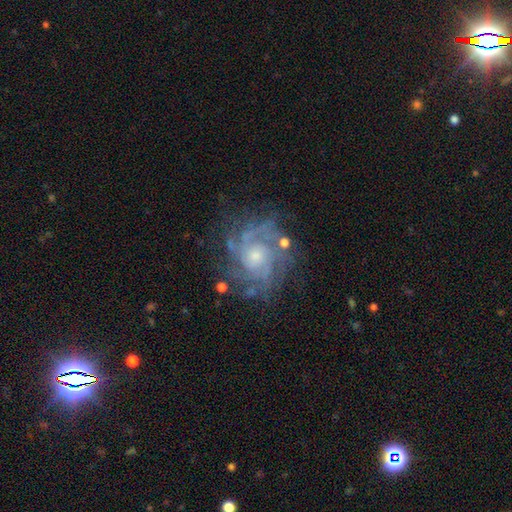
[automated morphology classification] Q: Smooth or featured?
A: featured or disk (87%); runner-up: star or artifact (7%)
Q: Edge-on disk?
A: no (98%); runner-up: yes (2%)
Q: Bar?
A: no (76%); runner-up: weak (20%)
Q: Spiral arms?
A: yes (96%); runner-up: no (4%)
Q: Spiral winding?
A: tight (63%); runner-up: medium (31%)
Q: Spiral arm count?
A: 4 (26%); runner-up: can't tell (25%)
Q: Bulge size?
A: small (58%); runner-up: moderate (35%)
Q: Merging?
A: none (74%); runner-up: minor disturbance (16%)